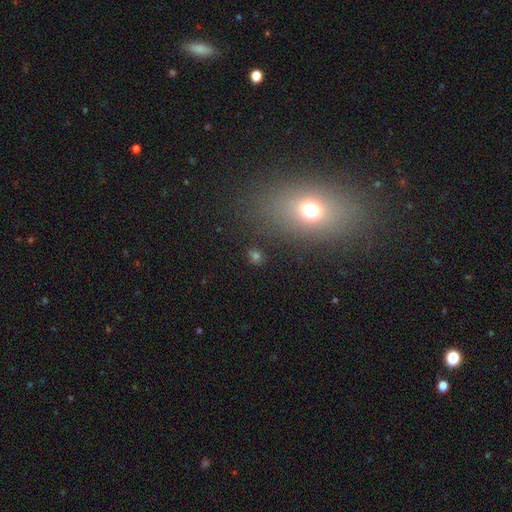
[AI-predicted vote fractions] The model was most divided on "how rounded": round: 62%, in between: 35%, cigar-shaped: 3%. More confident: merging — none (78%); smooth or featured — smooth (59%).